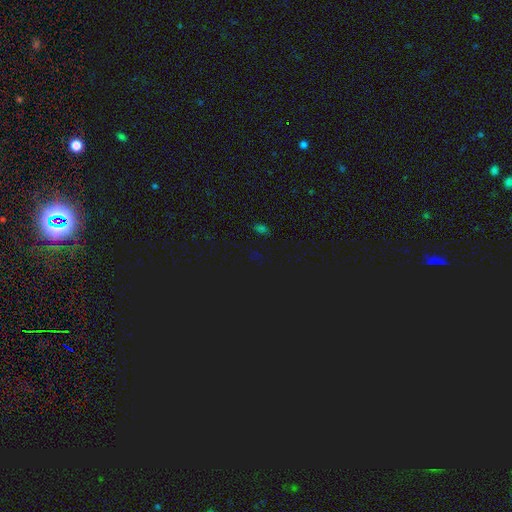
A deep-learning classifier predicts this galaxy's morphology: smooth-or-featured: star or artifact: 70% | smooth: 23% | featured or disk: 7%